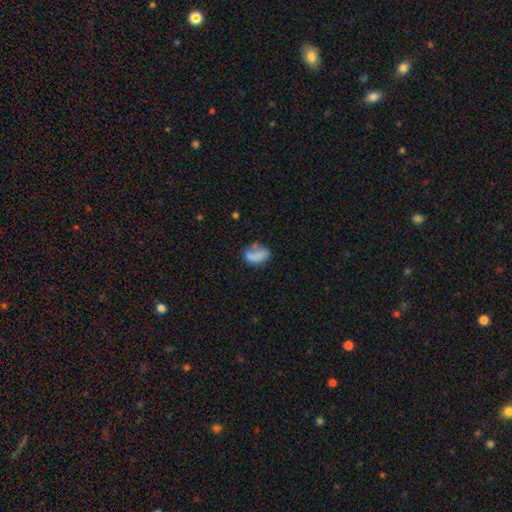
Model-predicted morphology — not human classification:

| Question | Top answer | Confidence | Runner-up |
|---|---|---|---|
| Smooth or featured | smooth | 77% | featured or disk (13%) |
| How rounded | in between | 86% | round (11%) |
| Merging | none | 46% | minor disturbance (25%) |